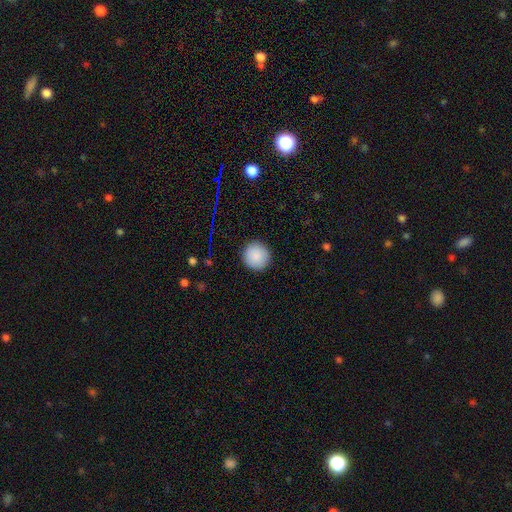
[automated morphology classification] smooth 89%, star or artifact 8%, featured or disk 3%. Down the decision tree: how rounded — round (95%); merging — none (92%).